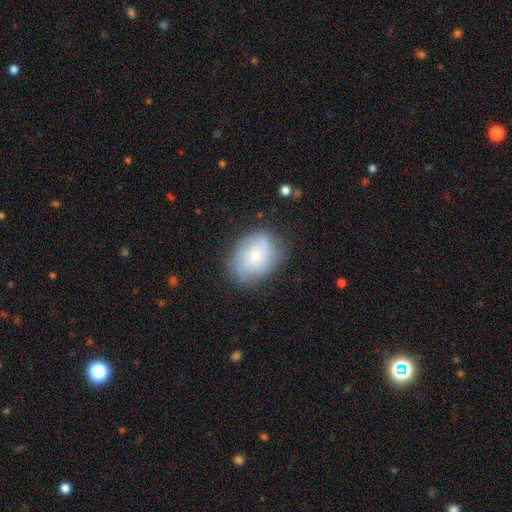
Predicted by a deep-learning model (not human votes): This appears to be a smooth galaxy with no disk features (47%). Merging: none (71%).